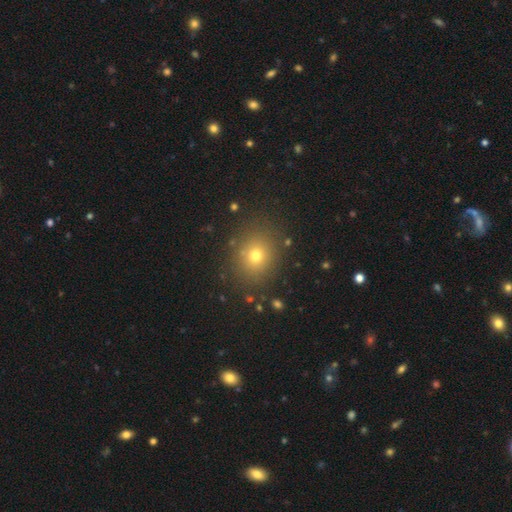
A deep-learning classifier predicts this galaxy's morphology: This appears to be a smooth galaxy with no disk features (70%) that is round (74%). Merging: none (86%).